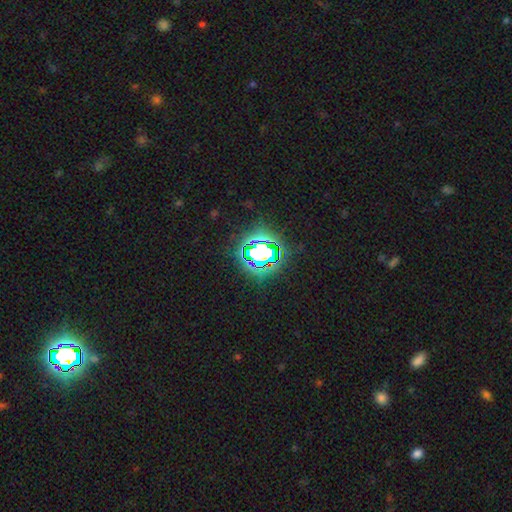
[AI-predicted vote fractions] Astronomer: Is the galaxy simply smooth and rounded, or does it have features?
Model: star or artifact — 70%.